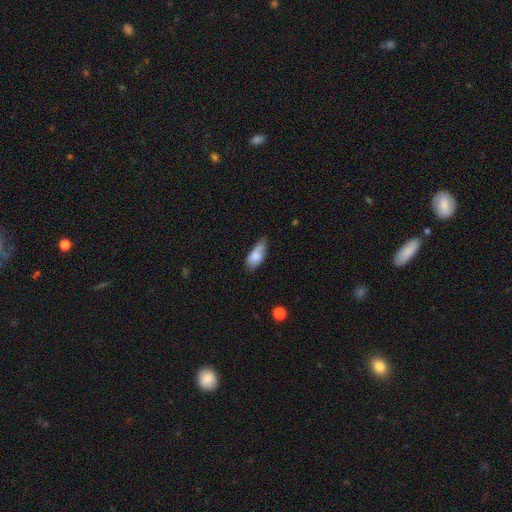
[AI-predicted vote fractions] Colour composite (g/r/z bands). It shows a smooth galaxy with no disk features (78%) that is in between round and cigar-shaped (84%). Merging: none (46%).